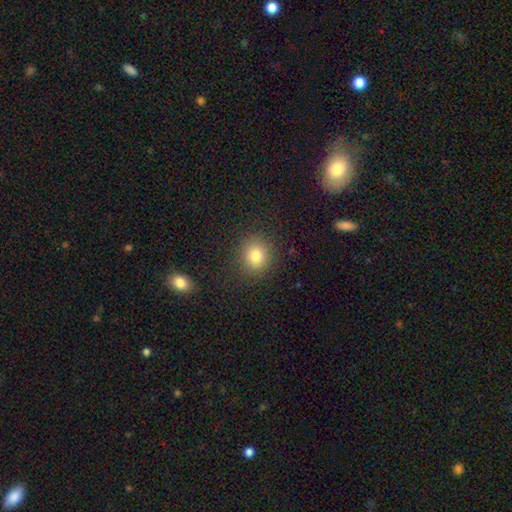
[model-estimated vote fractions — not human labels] A smooth galaxy with no disk features (81%) that is round (81%).

Vote fractions:
- Smooth or featured? smooth: 81% / star or artifact: 12% / featured or disk: 7%
- How rounded? round: 81% / in between: 18% / cigar-shaped: 1%
- Merging? none: 89% / minor disturbance: 7% / major disturbance: 3% / merger: 1%